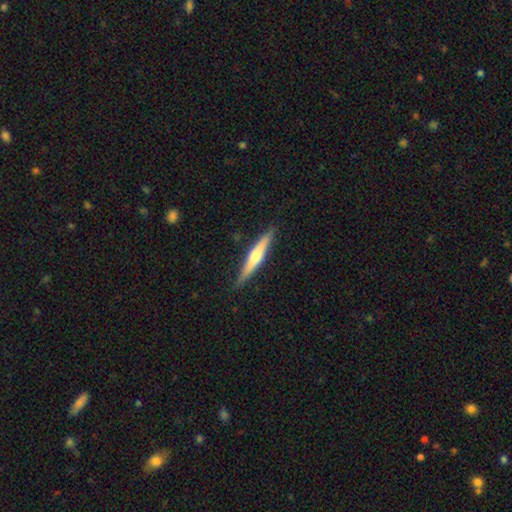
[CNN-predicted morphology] This is possibly a featured or disk galaxy (60%). It is clearly viewed edge-on (97%). Edge-on bulge: clearly rounded (83%). Merging: clearly none (88%).